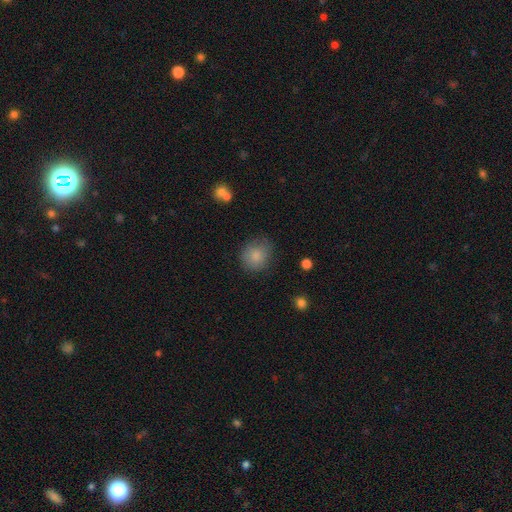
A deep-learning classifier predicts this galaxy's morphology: Smooth or featured?
  - smooth: 84% *
  - star or artifact: 9%
  - featured or disk: 7%
How rounded?
  - round: 79% *
  - in between: 20%
  - cigar-shaped: 1%
Merging?
  - none: 75% *
  - minor disturbance: 18%
  - major disturbance: 5%
  - merger: 2%